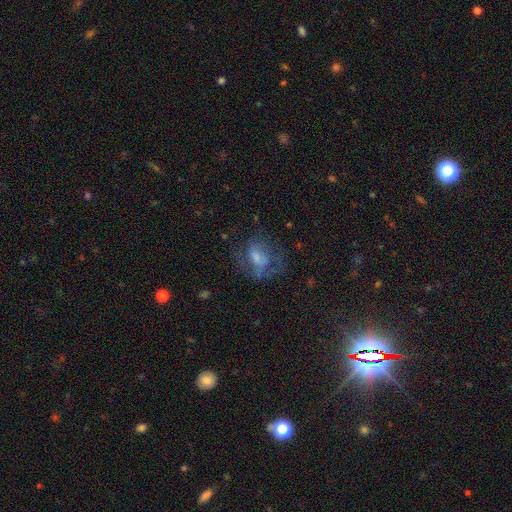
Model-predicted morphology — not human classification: This is possibly a featured or disk galaxy (50%). Merging: possibly none (56%).